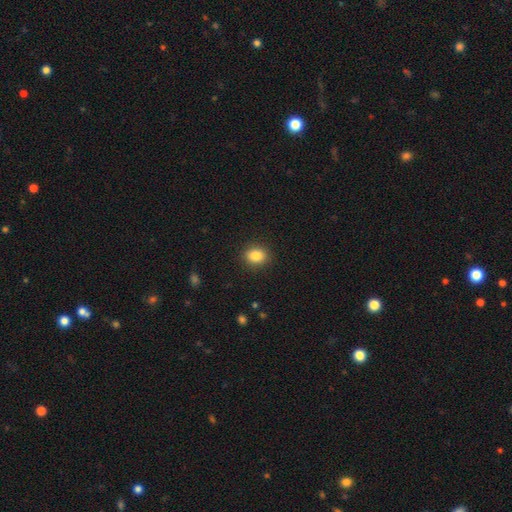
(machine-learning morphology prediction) Q: Smooth or featured?
A: smooth (86%); runner-up: star or artifact (10%)
Q: How rounded?
A: round (58%); runner-up: in between (41%)
Q: Merging?
A: none (90%); runner-up: minor disturbance (7%)